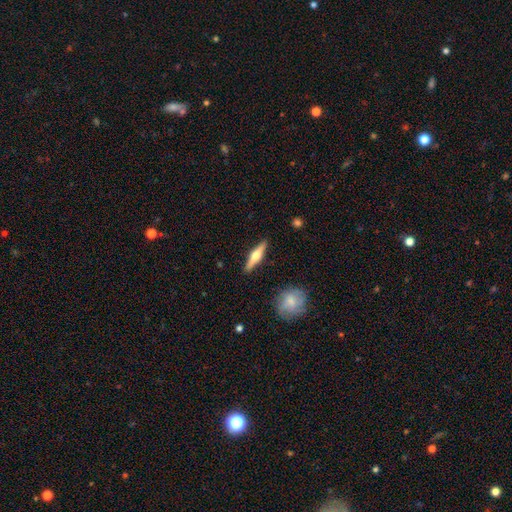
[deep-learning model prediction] Smooth or featured: featured or disk — 61% (smooth — 33%)
Edge-on disk: yes — 96% (no — 4%)
Edge-on bulge: rounded — 93% (boxy — 4%)
Merging: none — 89% (minor disturbance — 7%)